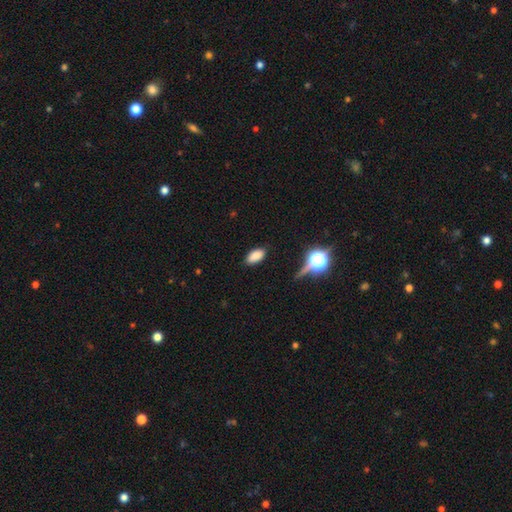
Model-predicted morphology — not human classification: Smooth or featured?
  - smooth: 83% *
  - star or artifact: 12%
  - featured or disk: 5%
How rounded?
  - in between: 92% *
  - round: 4%
  - cigar-shaped: 4%
Merging?
  - none: 81% *
  - minor disturbance: 13%
  - major disturbance: 4%
  - merger: 2%